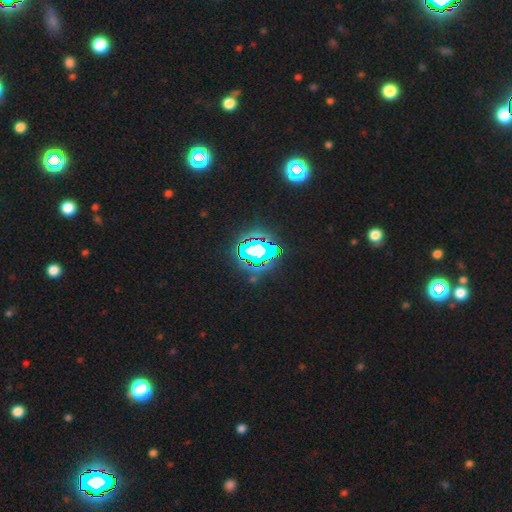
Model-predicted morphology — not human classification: A star or artifact, not a galaxy (79%).